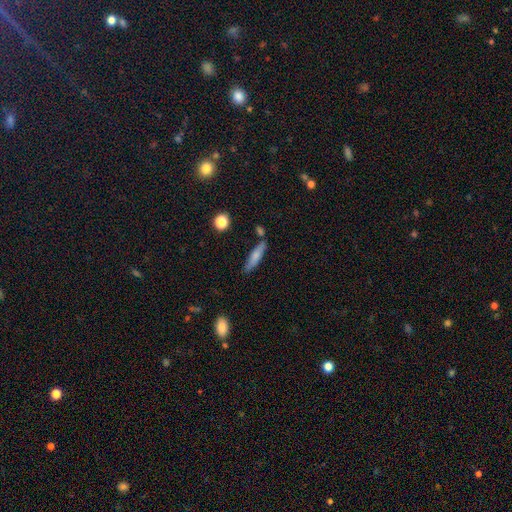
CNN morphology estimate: Smooth or featured? Predicted: smooth (p=0.71). How rounded? Predicted: cigar-shaped (p=0.80). Merging? Predicted: none (p=0.76).